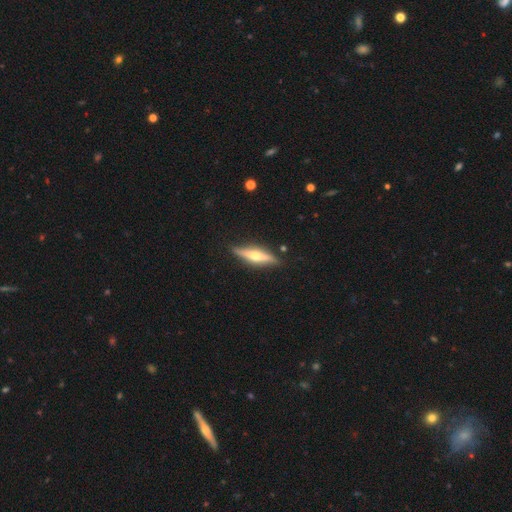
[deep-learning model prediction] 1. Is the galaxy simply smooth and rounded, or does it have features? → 68% featured or disk, 27% smooth, 5% star or artifact.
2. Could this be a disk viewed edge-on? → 95% yes, 5% no.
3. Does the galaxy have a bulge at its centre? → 92% rounded, 5% boxy, 3% none.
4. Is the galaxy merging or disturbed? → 86% none, 11% minor disturbance, 2% major disturbance, 2% merger.